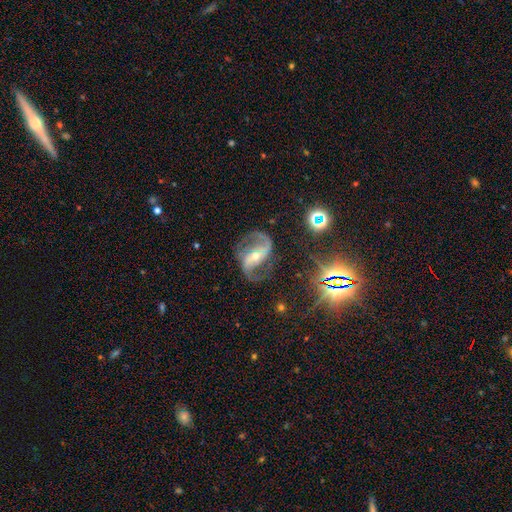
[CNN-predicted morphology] Smooth or featured? Predicted: featured or disk (p=0.87). Edge-on disk? Predicted: no (p=0.97). Bar? Predicted: strong (p=0.41). Spiral arms? Predicted: yes (p=0.97). Spiral winding? Predicted: loose (p=0.48). Spiral arm count? Predicted: 2 (p=0.92). Bulge size? Predicted: moderate (p=0.49). Merging? Predicted: none (p=0.70).